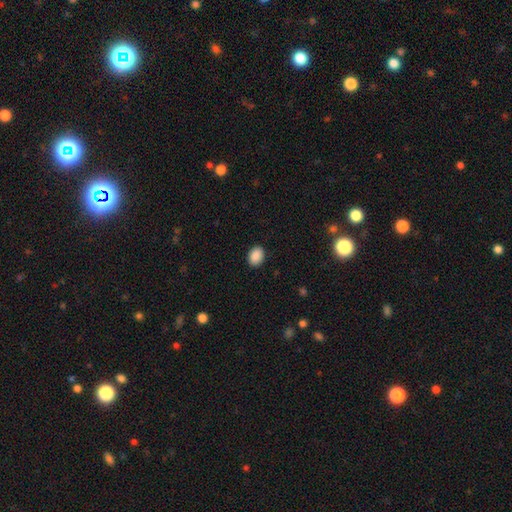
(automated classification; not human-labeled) smooth 90%, star or artifact 8%, featured or disk 3%. Down the decision tree: how rounded — in between (73%); merging — none (89%).